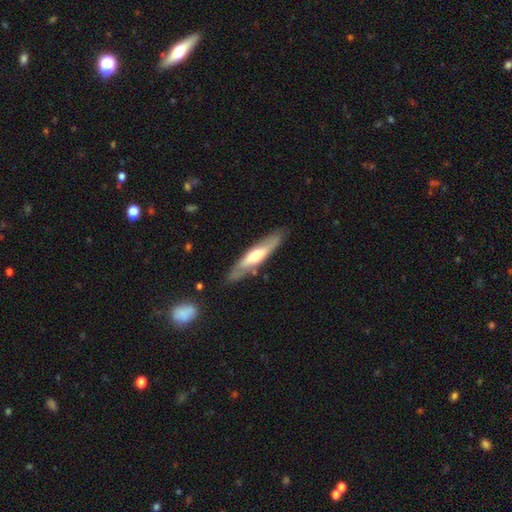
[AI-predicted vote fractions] A featured or disk galaxy (51%) viewed edge-on (70%). Merging: none (81%).